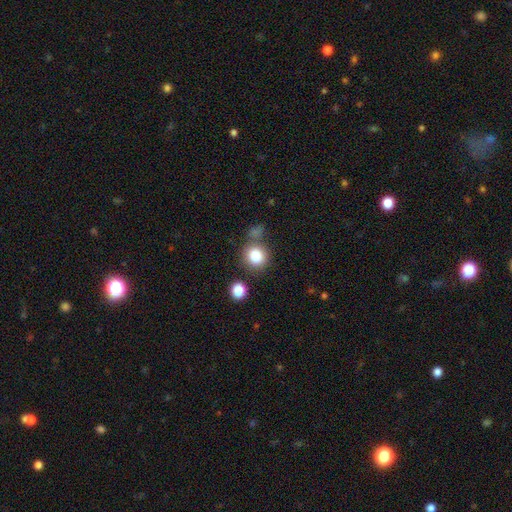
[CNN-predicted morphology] This is clearly a smooth galaxy (83%). How rounded: clearly round (85%). Merging: likely none (69%).